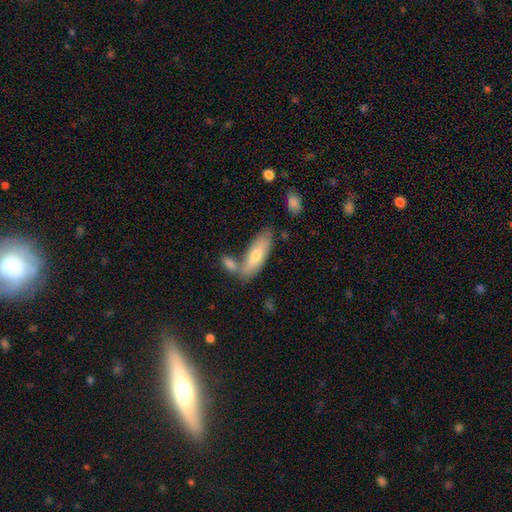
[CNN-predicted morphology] smooth_or_featured: smooth (p=0.68) [alt: featured or disk p=0.26]
how_rounded: in between (p=0.57) [alt: cigar-shaped p=0.41]
merging: none (p=0.56) [alt: merger p=0.25]